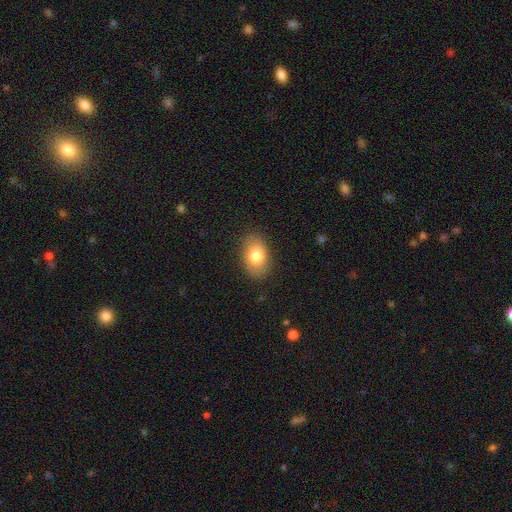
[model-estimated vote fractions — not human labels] A smooth galaxy with no disk features (79%) that is in between round and cigar-shaped (87%).

Vote fractions:
- Smooth or featured? smooth: 79% / featured or disk: 13% / star or artifact: 8%
- How rounded? in between: 87% / round: 11% / cigar-shaped: 1%
- Merging? none: 85% / minor disturbance: 11% / major disturbance: 3% / merger: 1%